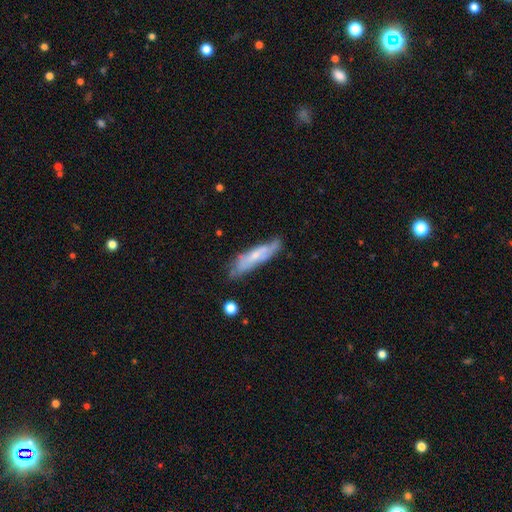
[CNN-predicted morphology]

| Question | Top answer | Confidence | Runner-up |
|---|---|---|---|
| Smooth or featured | featured or disk | 51% | smooth (42%) |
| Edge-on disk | no | 56% | yes (44%) |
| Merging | none | 59% | minor disturbance (28%) |